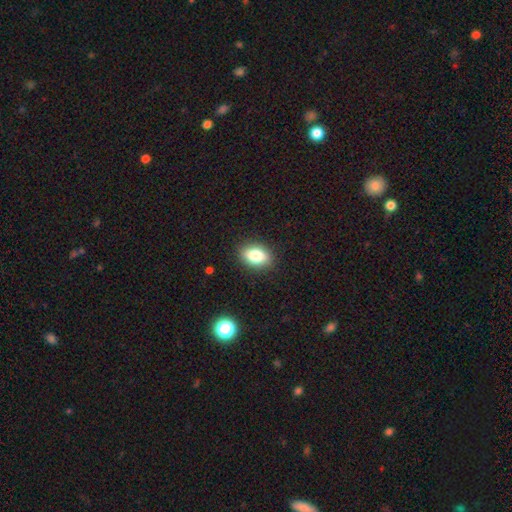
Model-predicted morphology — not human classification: Smooth or featured: smooth — 80% (featured or disk — 11%)
How rounded: in between — 82% (round — 16%)
Merging: none — 87% (minor disturbance — 9%)